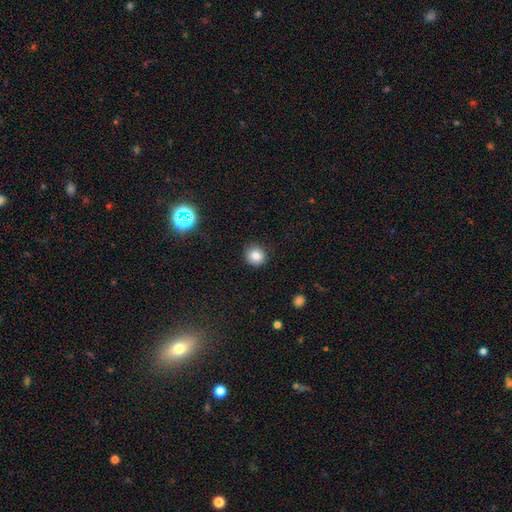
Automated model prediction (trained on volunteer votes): This is clearly a smooth galaxy (83%). How rounded: clearly round (91%). Merging: clearly none (90%).